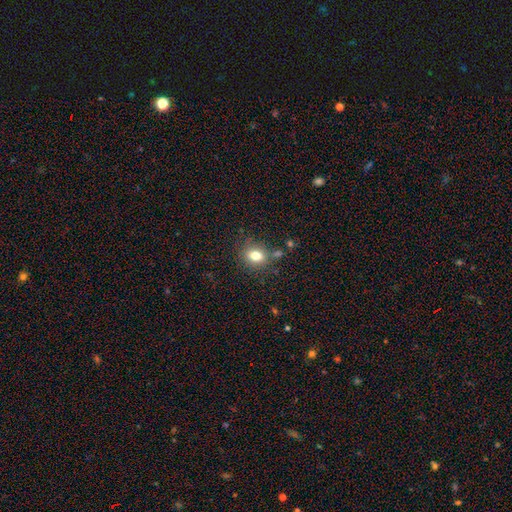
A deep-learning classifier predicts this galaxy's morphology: Overall: smooth (77%). How rounded: round (55%; in between 44%). Merging: none (76%).